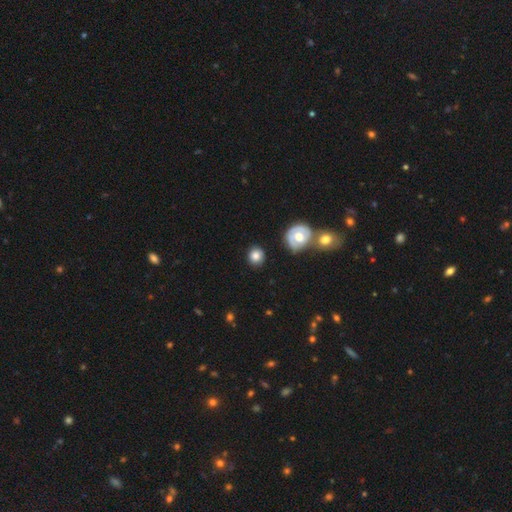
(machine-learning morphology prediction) A smooth galaxy with no disk features (79%) that is round (85%).

Vote fractions:
- Smooth or featured? smooth: 79% / featured or disk: 13% / star or artifact: 8%
- How rounded? round: 85% / in between: 14% / cigar-shaped: 1%
- Merging? none: 85% / minor disturbance: 9% / merger: 4% / major disturbance: 3%